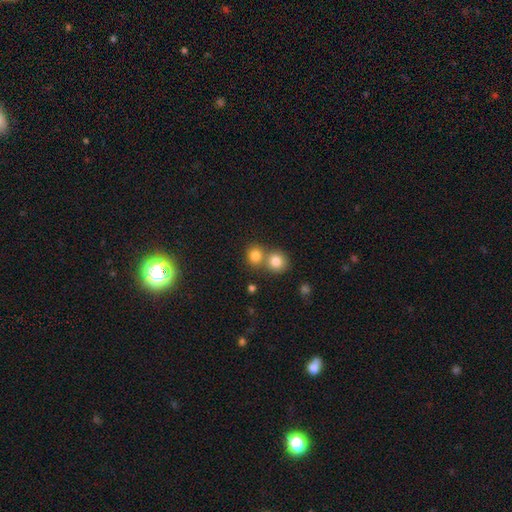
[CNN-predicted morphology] Smooth or featured?
  - smooth: 81% *
  - star or artifact: 12%
  - featured or disk: 7%
How rounded?
  - round: 81% *
  - in between: 18%
  - cigar-shaped: 1%
Merging?
  - none: 47% *
  - merger: 45%
  - minor disturbance: 6%
  - major disturbance: 2%